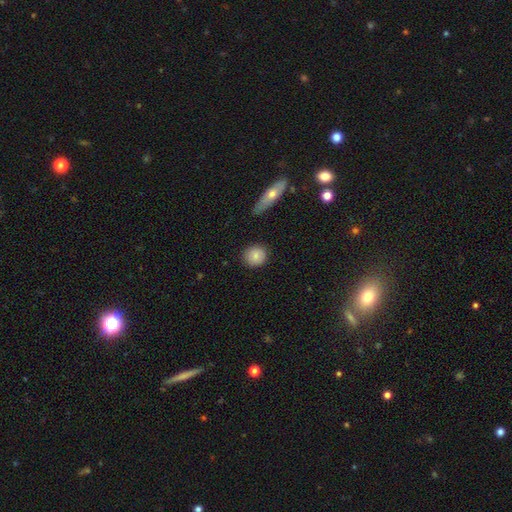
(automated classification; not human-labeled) The model was most divided on "smooth or featured": smooth: 83%, featured or disk: 10%, star or artifact: 8%. More confident: how rounded — round (87%); merging — none (86%).